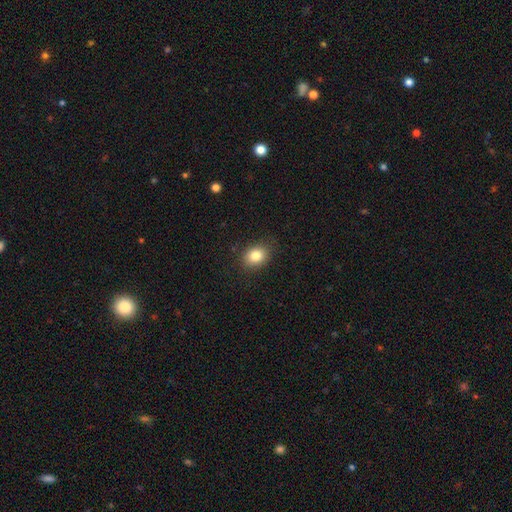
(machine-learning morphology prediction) smooth-or-featured: smooth: 83% | star or artifact: 10% | featured or disk: 7%
  how-rounded: in between: 59% | round: 40% | cigar-shaped: 1%
  merging: none: 85% | minor disturbance: 12% | major disturbance: 3% | merger: 1%